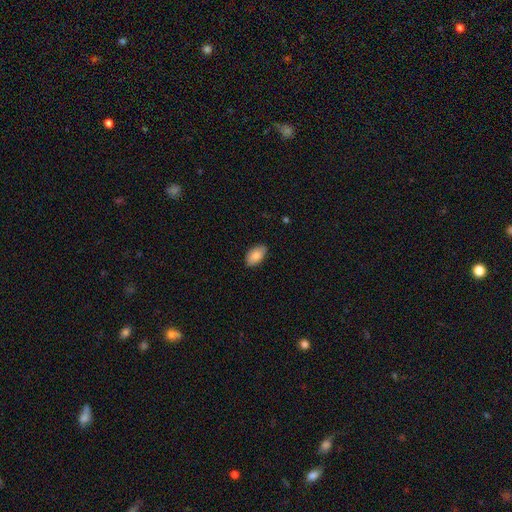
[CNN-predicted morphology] Smooth or featured?
  - smooth: 85% *
  - featured or disk: 9%
  - star or artifact: 6%
How rounded?
  - in between: 94% *
  - round: 4%
  - cigar-shaped: 2%
Merging?
  - none: 85% *
  - minor disturbance: 12%
  - major disturbance: 2%
  - merger: 1%